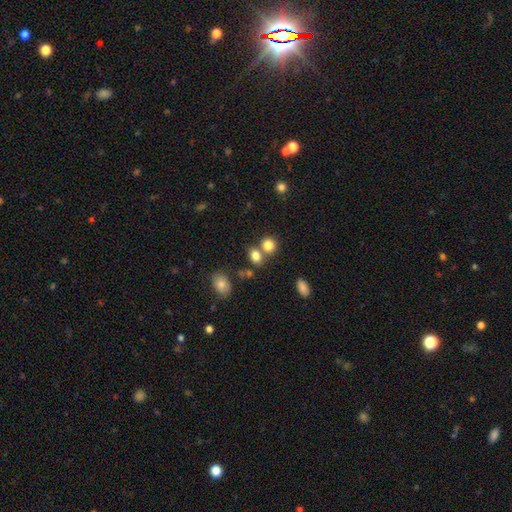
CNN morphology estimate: Smooth or featured? Predicted: smooth (p=0.82). How rounded? Predicted: round (p=0.53). Merging? Predicted: none (p=0.53).